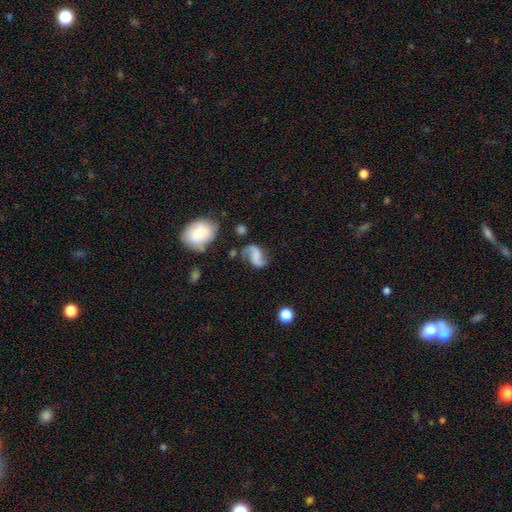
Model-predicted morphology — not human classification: Smooth or featured?
  - featured or disk: 74% *
  - smooth: 18%
  - star or artifact: 8%
Edge-on disk?
  - no: 97% *
  - yes: 3%
Bar?
  - no: 46% *
  - weak: 37%
  - strong: 17%
Spiral arms?
  - yes: 94% *
  - no: 6%
Spiral winding?
  - loose: 75% *
  - medium: 20%
  - tight: 5%
Spiral arm count?
  - 2: 92% *
  - 1: 3%
  - can't tell: 3%
  - 3: 1%
  - 4: 1%
  - more than 4: 1%
Bulge size?
  - none: 63% *
  - small: 17%
  - moderate: 12%
  - large: 6%
  - dominant: 2%
Merging?
  - none: 64% *
  - minor disturbance: 19%
  - major disturbance: 10%
  - merger: 7%